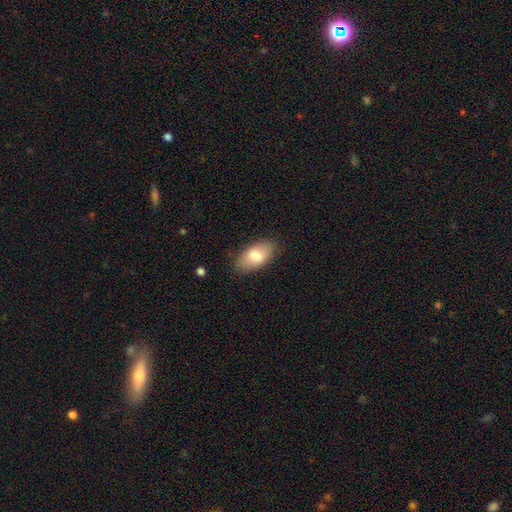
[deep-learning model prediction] This appears to be a smooth galaxy with no disk features (80%) that is in between round and cigar-shaped (93%). Merging: none (82%).